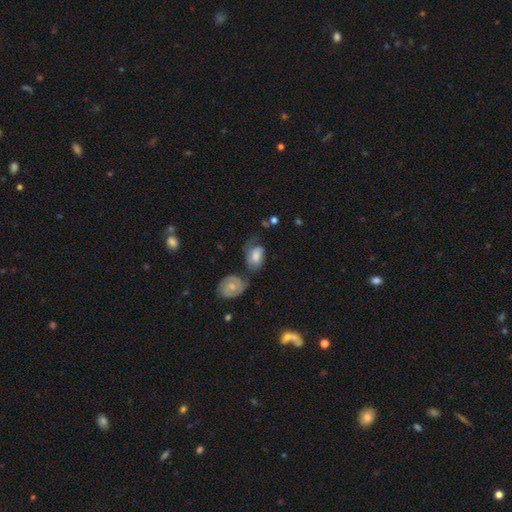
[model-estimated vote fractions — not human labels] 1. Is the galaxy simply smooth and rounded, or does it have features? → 50% smooth, 42% featured or disk, 8% star or artifact.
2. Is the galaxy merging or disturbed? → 33% none, 26% minor disturbance, 22% major disturbance, 20% merger.